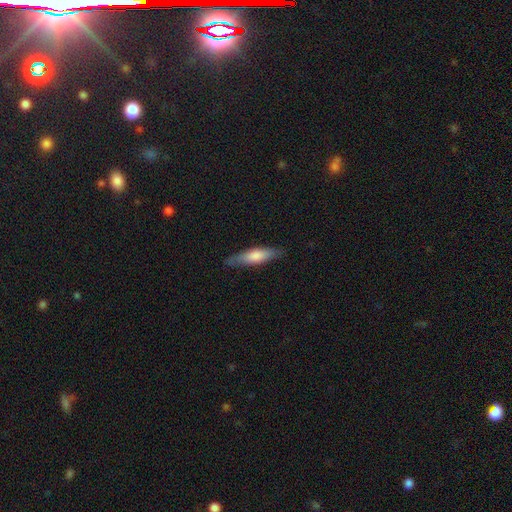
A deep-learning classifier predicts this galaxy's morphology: A smooth galaxy with no disk features (62%) that is cigar-shaped (71%). Merging: none (84%).